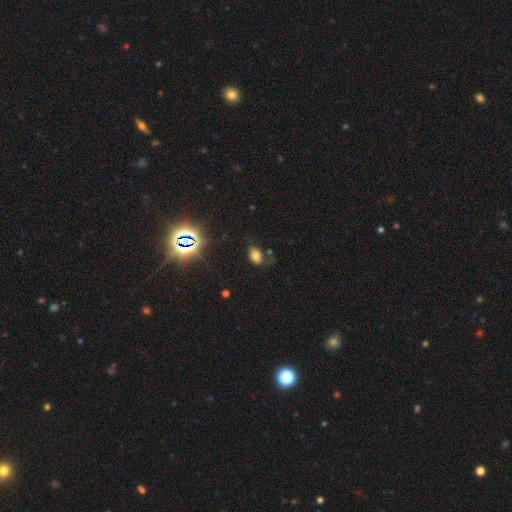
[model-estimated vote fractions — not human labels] smooth-or-featured: smooth: 67% | star or artifact: 21% | featured or disk: 12%
  how-rounded: in between: 84% | round: 14% | cigar-shaped: 2%
  merging: none: 58% | minor disturbance: 25% | major disturbance: 13% | merger: 4%